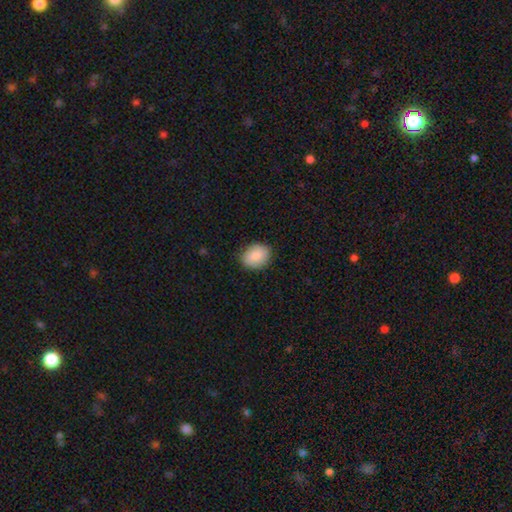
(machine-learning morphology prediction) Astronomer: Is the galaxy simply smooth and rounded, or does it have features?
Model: smooth — 88%.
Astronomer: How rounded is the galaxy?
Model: in between — 59% (runner-up: round, 40%).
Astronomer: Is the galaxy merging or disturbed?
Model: none — 85%.